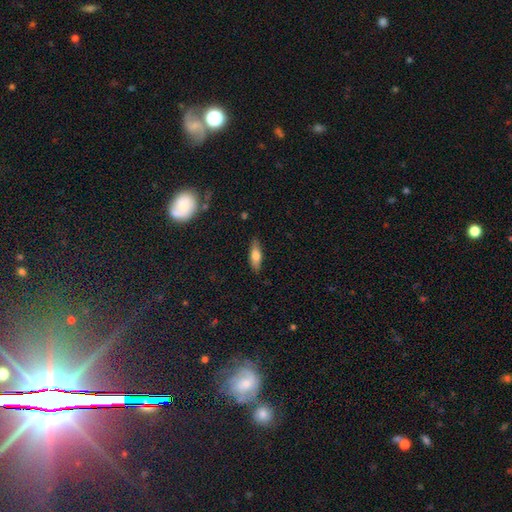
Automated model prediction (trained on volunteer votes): A smooth galaxy with no disk features (70%) that is in between round and cigar-shaped (58%). Merging: none (85%).